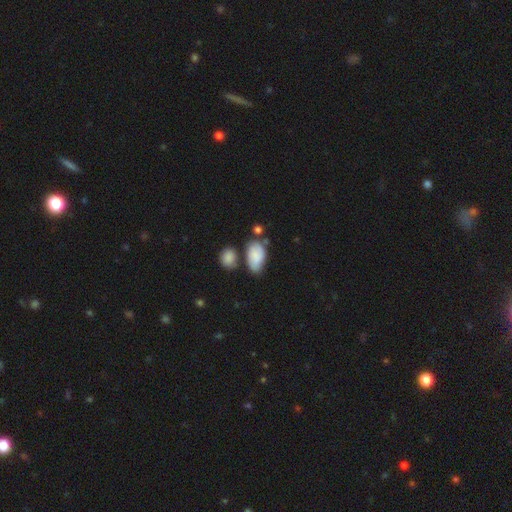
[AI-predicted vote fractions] Smooth or featured?
  - smooth: 80% *
  - featured or disk: 13%
  - star or artifact: 7%
How rounded?
  - in between: 93% *
  - round: 5%
  - cigar-shaped: 2%
Merging?
  - none: 48% *
  - minor disturbance: 26%
  - merger: 18%
  - major disturbance: 8%